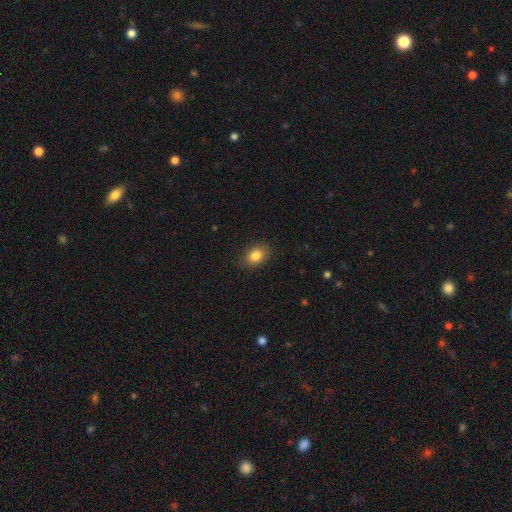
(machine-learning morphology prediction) This appears to be a smooth galaxy with no disk features (84%) that is in between round and cigar-shaped (70%). Merging: none (85%).